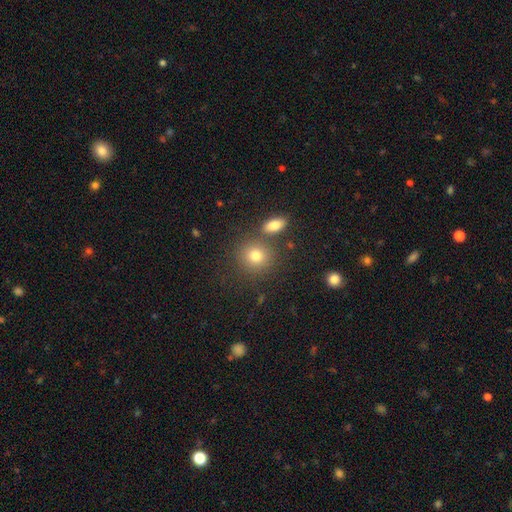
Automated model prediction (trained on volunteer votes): Q: Smooth or featured?
A: smooth (78%); runner-up: star or artifact (12%)
Q: How rounded?
A: round (83%); runner-up: in between (15%)
Q: Merging?
A: none (75%); runner-up: merger (12%)